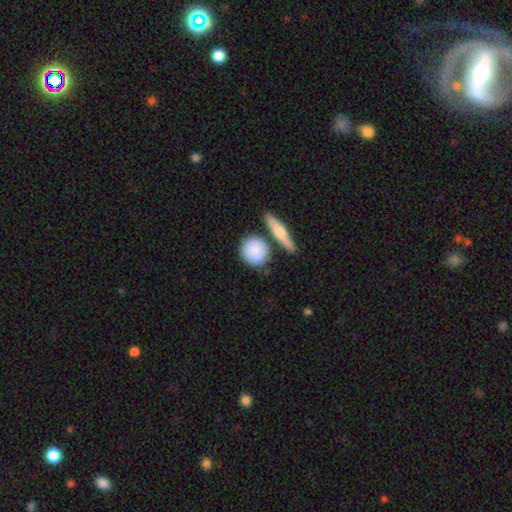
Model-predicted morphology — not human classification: Smooth or featured? Predicted: smooth (p=0.83). How rounded? Predicted: round (p=0.79). Merging? Predicted: none (p=0.72).